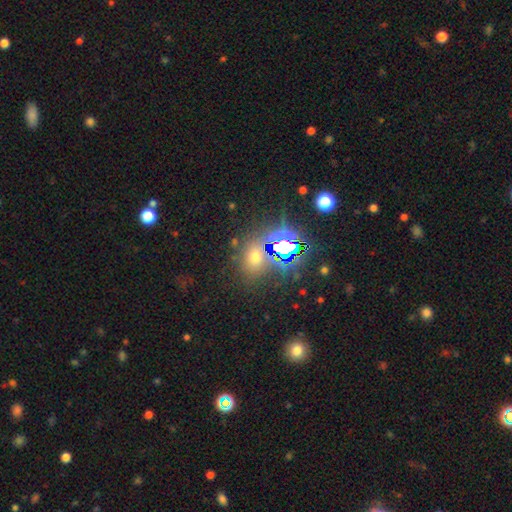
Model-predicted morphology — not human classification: Smooth or featured? star or artifact (47%)